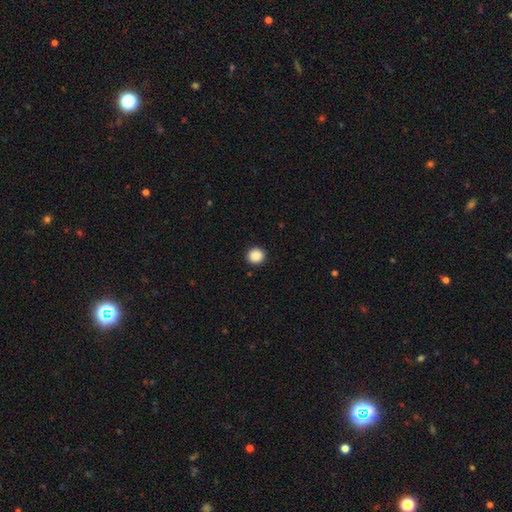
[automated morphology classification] Overall: smooth (89%). How rounded: round (92%). Merging: none (93%).